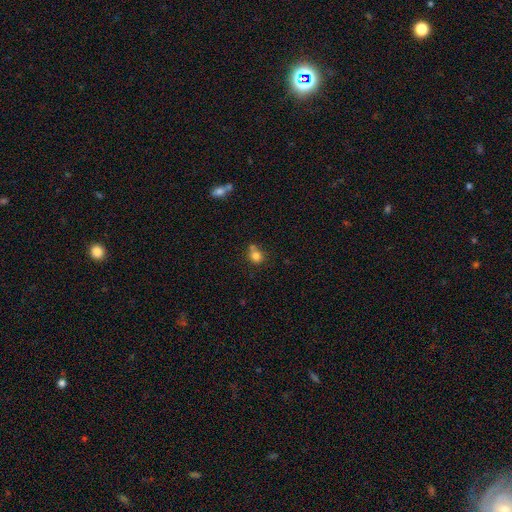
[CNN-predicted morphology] smooth_or_featured: smooth (p=0.80) [alt: star or artifact p=0.12]
how_rounded: round (p=0.78) [alt: in between p=0.21]
merging: none (p=0.53) [alt: merger p=0.27]